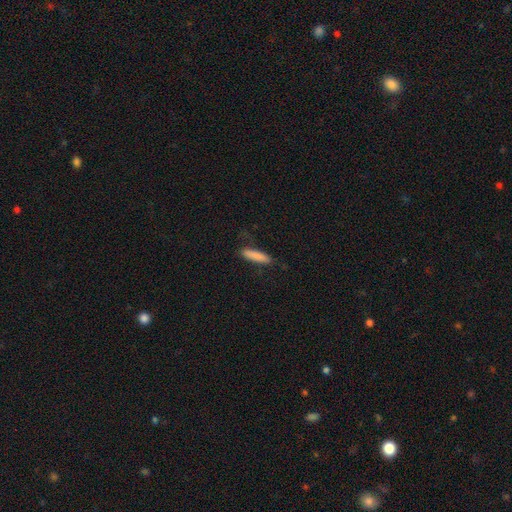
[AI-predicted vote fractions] smooth_or_featured: smooth (p=0.85) [alt: featured or disk p=0.09]
how_rounded: cigar-shaped (p=0.84) [alt: in between p=0.15]
merging: none (p=0.78) [alt: minor disturbance p=0.17]